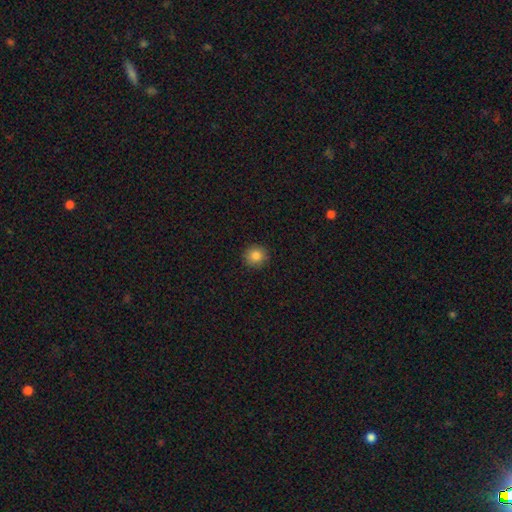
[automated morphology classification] smooth_or_featured: smooth (p=0.84) [alt: star or artifact p=0.10]
how_rounded: round (p=0.91) [alt: in between p=0.08]
merging: none (p=0.91) [alt: minor disturbance p=0.06]